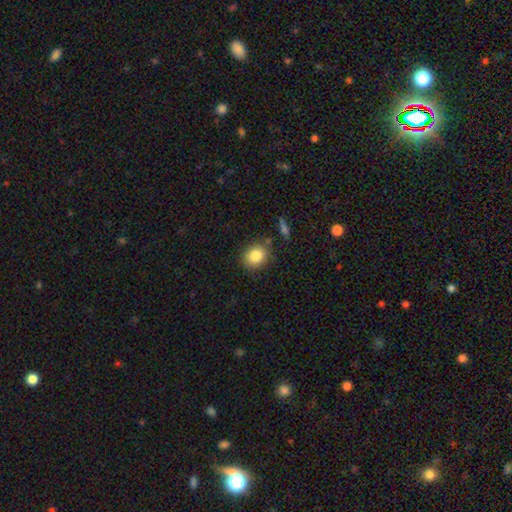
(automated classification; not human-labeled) A smooth galaxy with no disk features (83%) that is round (61%). Merging: none (81%).